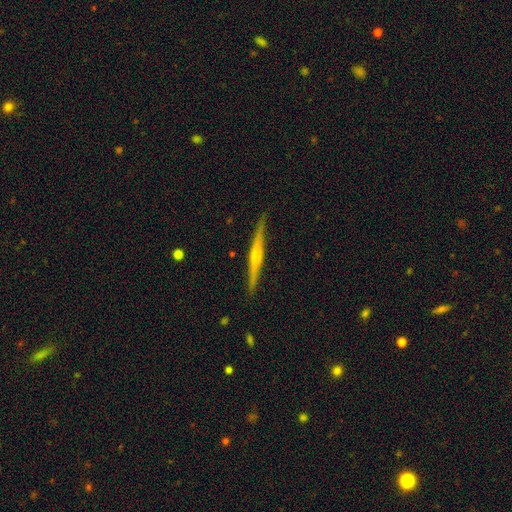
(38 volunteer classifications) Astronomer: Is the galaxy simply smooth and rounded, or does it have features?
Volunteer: featured or disk — 71%.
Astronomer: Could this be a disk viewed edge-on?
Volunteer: yes — 100%.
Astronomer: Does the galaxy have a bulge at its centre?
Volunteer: rounded — 67%.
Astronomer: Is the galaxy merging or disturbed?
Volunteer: none — 79%.